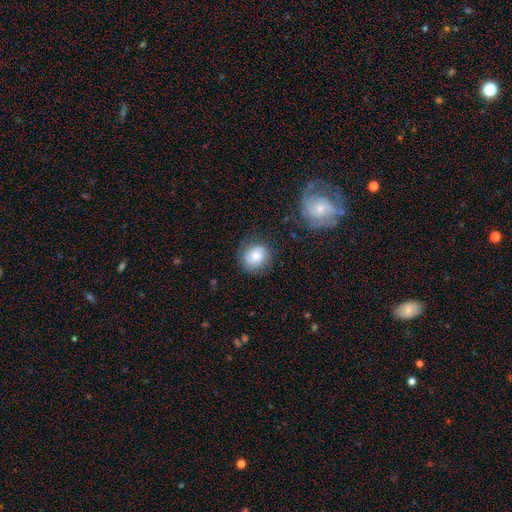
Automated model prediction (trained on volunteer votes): Morphology: type=smooth (68%); roundness=round (73%); merging=none (77%).